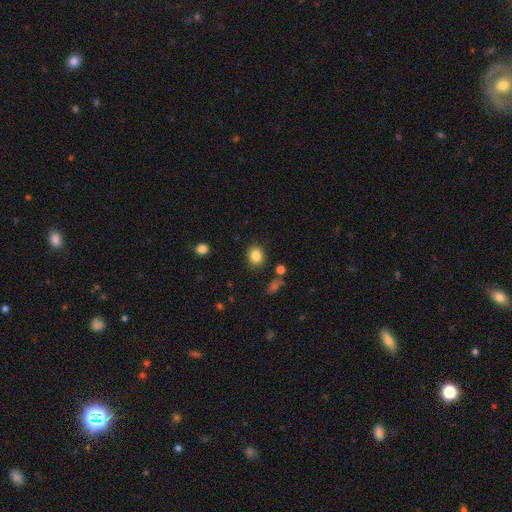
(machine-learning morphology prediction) Smooth or featured?
  - smooth: 84% *
  - star or artifact: 10%
  - featured or disk: 5%
How rounded?
  - round: 63% *
  - in between: 36%
  - cigar-shaped: 1%
Merging?
  - none: 85% *
  - minor disturbance: 9%
  - merger: 3%
  - major disturbance: 3%